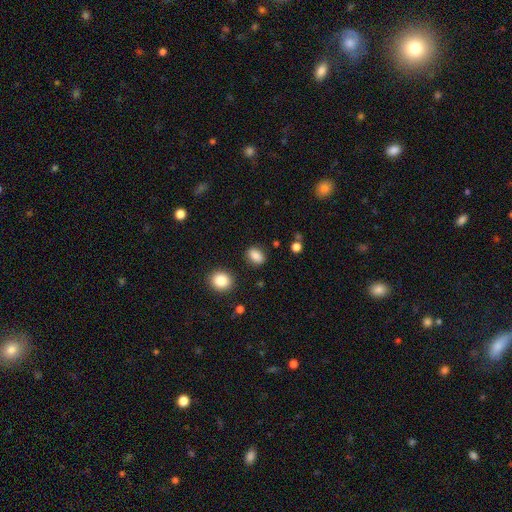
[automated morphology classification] A smooth galaxy with no disk features (86%) that is in between round and cigar-shaped (77%).

Vote fractions:
- Smooth or featured? smooth: 86% / star or artifact: 9% / featured or disk: 5%
- How rounded? in between: 77% / round: 21% / cigar-shaped: 2%
- Merging? none: 86% / minor disturbance: 9% / major disturbance: 3% / merger: 2%